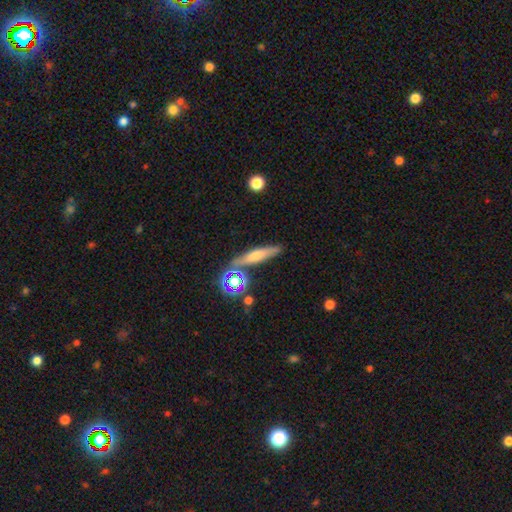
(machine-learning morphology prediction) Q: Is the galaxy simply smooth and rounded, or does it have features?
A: smooth — 44%.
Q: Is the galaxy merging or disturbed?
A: none — 75%.